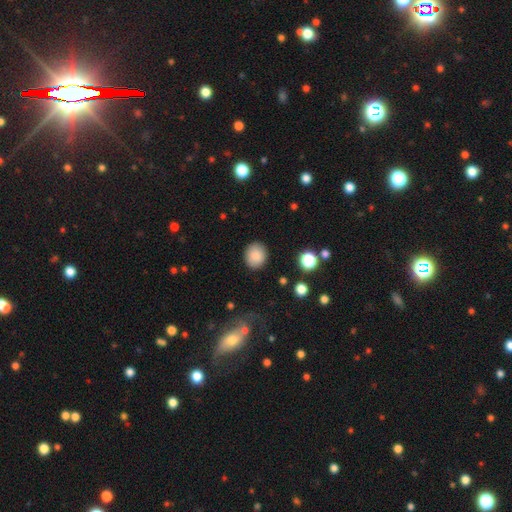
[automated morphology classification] Smooth or featured? Predicted: smooth (p=0.86). How rounded? Predicted: round (p=0.79). Merging? Predicted: none (p=0.88).